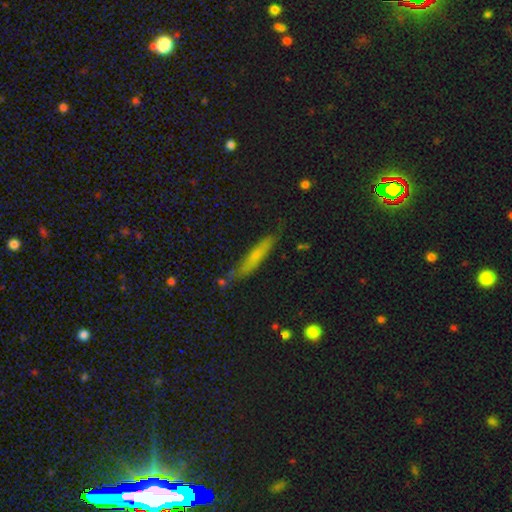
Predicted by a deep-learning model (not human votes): Q: Smooth or featured?
A: smooth (62%); runner-up: featured or disk (30%)
Q: How rounded?
A: cigar-shaped (89%); runner-up: in between (9%)
Q: Merging?
A: none (74%); runner-up: minor disturbance (18%)